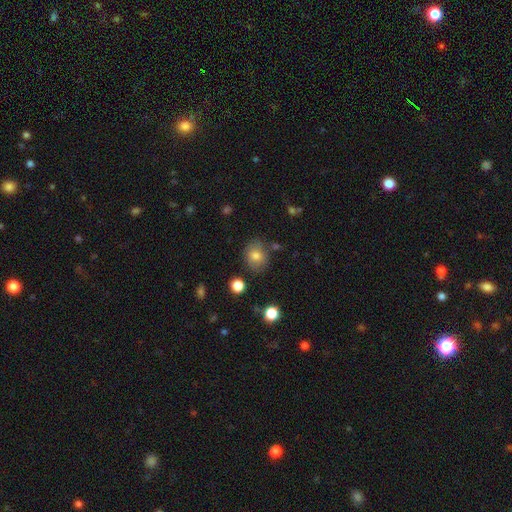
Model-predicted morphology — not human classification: Smooth or featured? smooth (78%)
How rounded? round (64%)
Merging? none (77%)